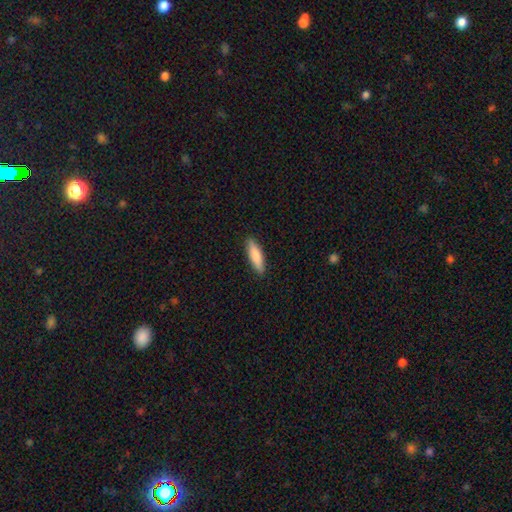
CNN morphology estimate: A smooth galaxy with no disk features (81%) that is cigar-shaped (63%). Merging: none (89%).